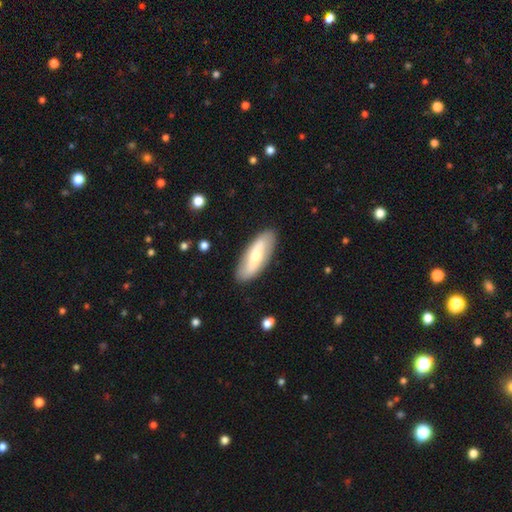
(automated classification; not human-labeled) Q: Smooth or featured?
A: smooth (53%); runner-up: featured or disk (42%)
Q: How rounded?
A: in between (71%); runner-up: cigar-shaped (27%)
Q: Merging?
A: none (87%); runner-up: minor disturbance (9%)